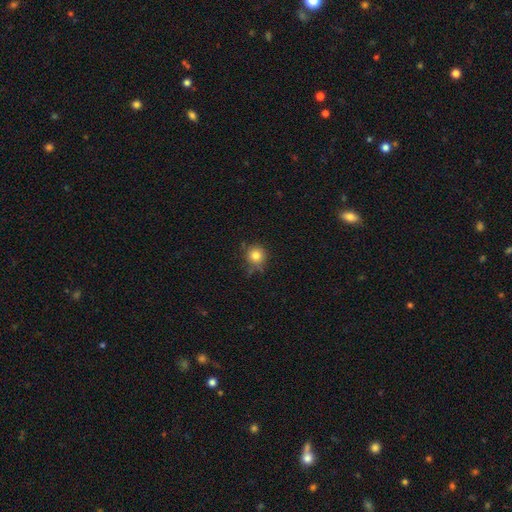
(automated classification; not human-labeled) This appears to be a smooth galaxy with no disk features (81%) that is round (92%). Merging: none (73%).